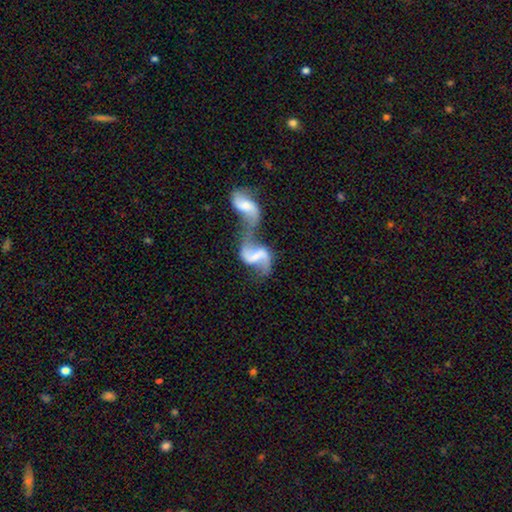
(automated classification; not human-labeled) Morphology: type=featured or disk (79%); edge-on=no (97%); bar=weak (44%); spiral arms=yes (89%); winding=loose (81%); arm count=2 (87%); bulge=none (37%); merging=merger (75%).